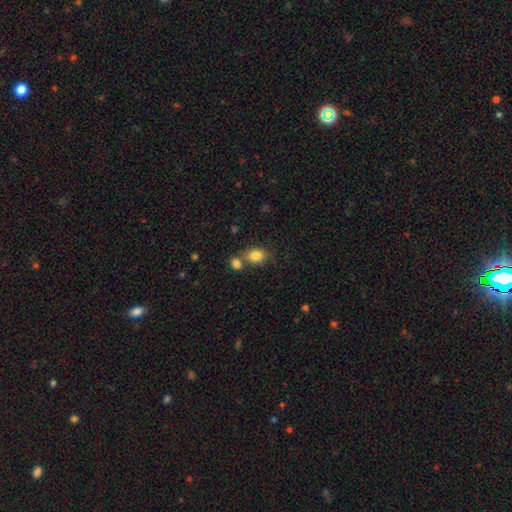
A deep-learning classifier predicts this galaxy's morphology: A smooth galaxy with no disk features (83%) that is in between round and cigar-shaped (63%). Merging: none (55%).